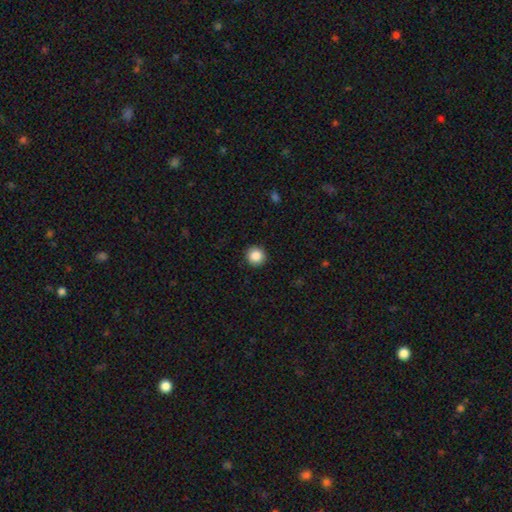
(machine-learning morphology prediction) Smooth or featured: smooth — 87% (star or artifact — 9%)
How rounded: round — 95% (in between — 4%)
Merging: none — 92% (minor disturbance — 5%)